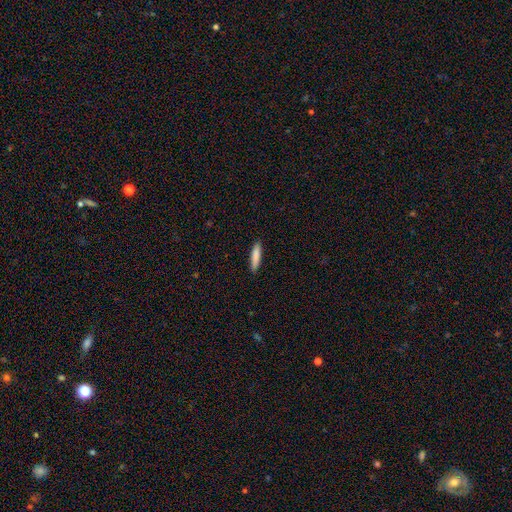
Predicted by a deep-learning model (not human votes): Smooth or featured: smooth — 85% (featured or disk — 9%)
How rounded: cigar-shaped — 85% (in between — 14%)
Merging: none — 89% (minor disturbance — 8%)